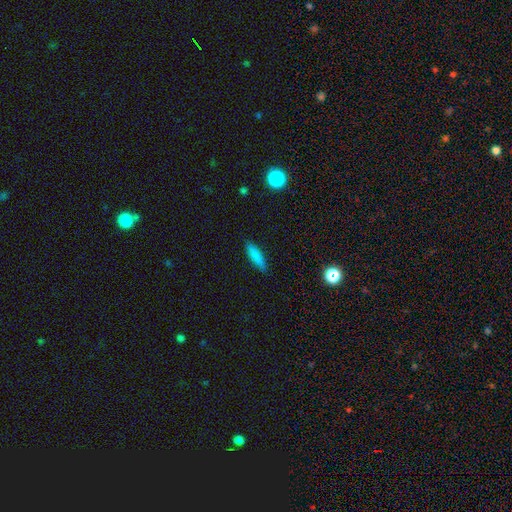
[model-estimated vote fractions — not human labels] smooth 83%, featured or disk 9%, star or artifact 8%. Down the decision tree: how rounded — cigar-shaped (73%); merging — none (88%).